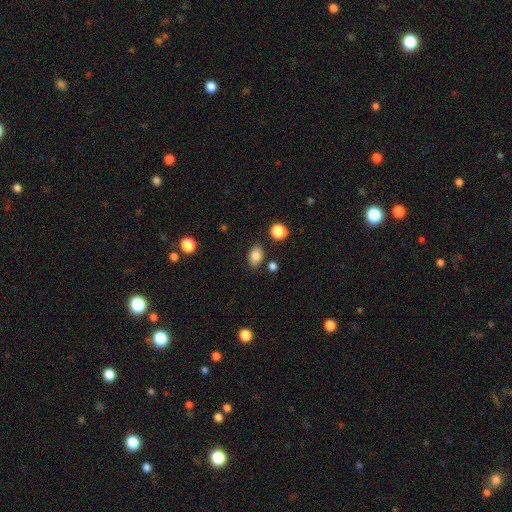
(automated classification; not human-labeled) Smooth or featured: smooth — 82% (star or artifact — 10%)
How rounded: in between — 76% (round — 23%)
Merging: none — 80% (minor disturbance — 12%)